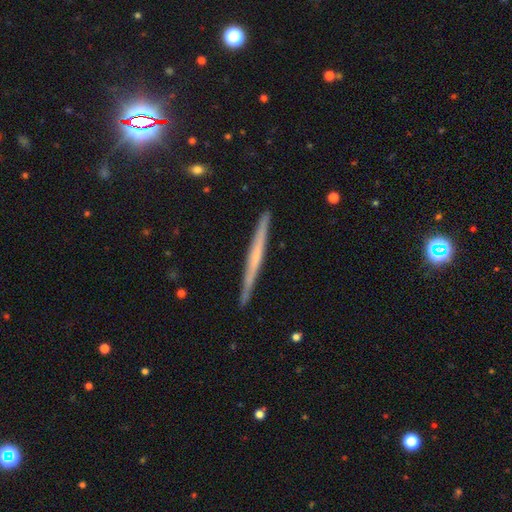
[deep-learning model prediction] Smooth or featured? Predicted: featured or disk (p=0.58). Edge-on disk? Predicted: yes (p=0.98). Edge-on bulge? Predicted: none (p=0.76). Merging? Predicted: none (p=0.91).